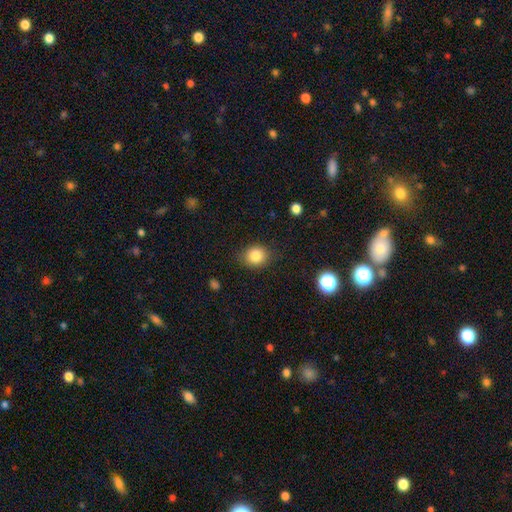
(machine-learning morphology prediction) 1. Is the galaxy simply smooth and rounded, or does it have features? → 84% smooth, 10% star or artifact, 6% featured or disk.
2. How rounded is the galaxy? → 66% round, 33% in between, 1% cigar-shaped.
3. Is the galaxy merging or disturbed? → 83% none, 12% minor disturbance, 3% major disturbance, 1% merger.